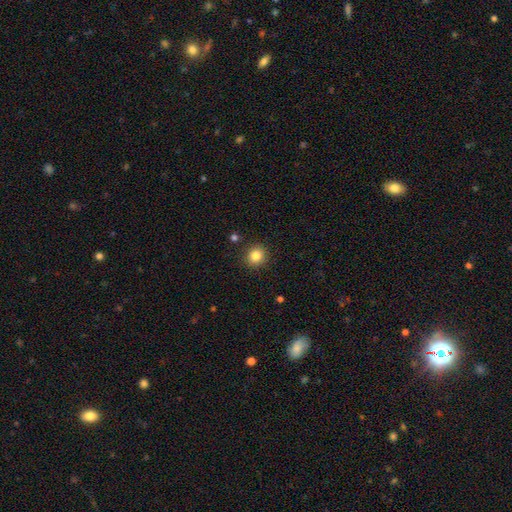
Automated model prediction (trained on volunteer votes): smooth-or-featured: smooth: 84% | star or artifact: 11% | featured or disk: 5%
  how-rounded: round: 86% | in between: 13% | cigar-shaped: 1%
  merging: none: 90% | minor disturbance: 6% | major disturbance: 2% | merger: 2%